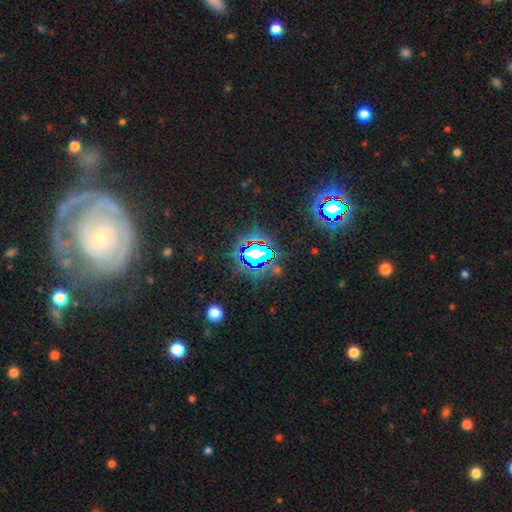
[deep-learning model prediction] A star or artifact, not a galaxy (74%).

Vote fractions:
- Smooth or featured? star or artifact: 74% / smooth: 16% / featured or disk: 10%